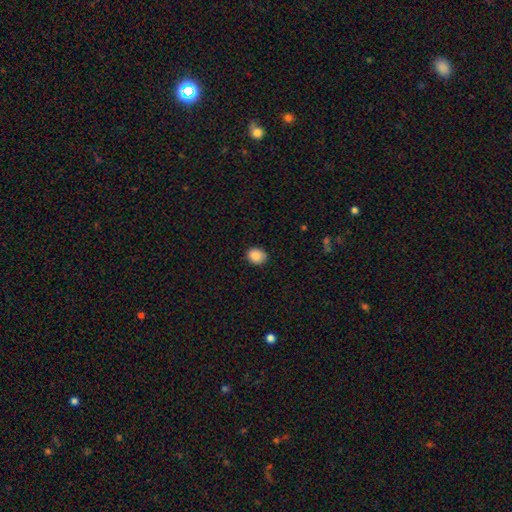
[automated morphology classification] Smooth or featured?
  - smooth: 87% *
  - star or artifact: 9%
  - featured or disk: 4%
How rounded?
  - round: 59% *
  - in between: 40%
  - cigar-shaped: 1%
Merging?
  - none: 87% *
  - minor disturbance: 10%
  - major disturbance: 2%
  - merger: 1%